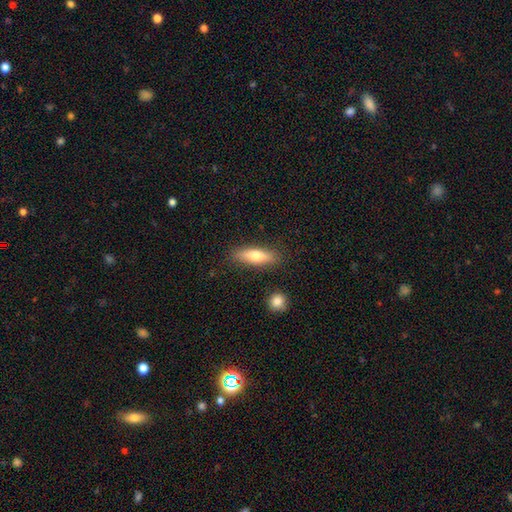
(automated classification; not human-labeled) Morphology: type=smooth (68%); roundness=cigar-shaped (55%); merging=none (84%).